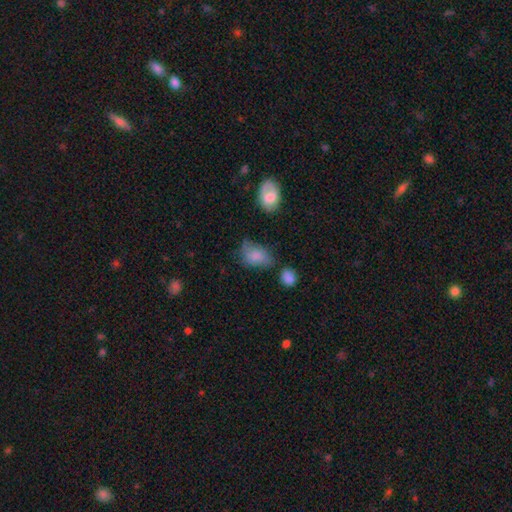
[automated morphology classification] Smooth or featured? Predicted: smooth (p=0.79). How rounded? Predicted: in between (p=0.82). Merging? Predicted: none (p=0.44).